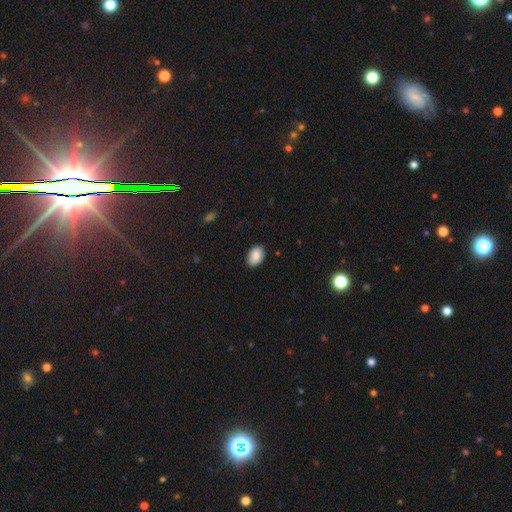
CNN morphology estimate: Smooth or featured: smooth — 89% (star or artifact — 7%)
How rounded: in between — 89% (round — 10%)
Merging: none — 85% (minor disturbance — 11%)